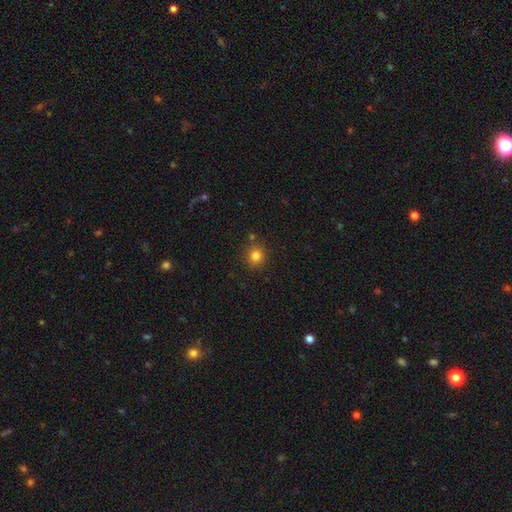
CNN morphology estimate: smooth_or_featured: smooth (p=0.82) [alt: star or artifact p=0.13]
how_rounded: round (p=0.89) [alt: in between p=0.10]
merging: none (p=0.85) [alt: minor disturbance p=0.08]